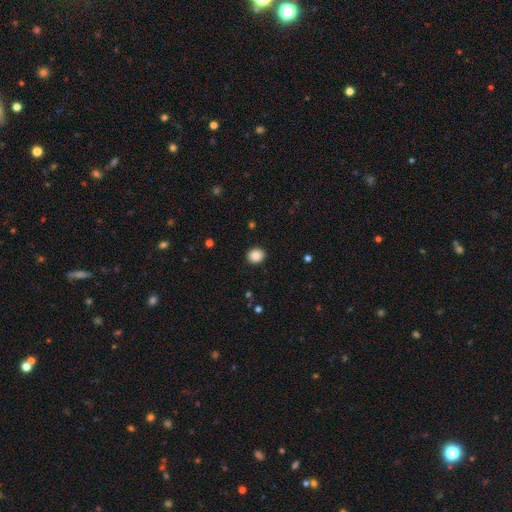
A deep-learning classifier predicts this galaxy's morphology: smooth 88%, star or artifact 9%, featured or disk 3%. Down the decision tree: how rounded — round (74%); merging — none (91%).